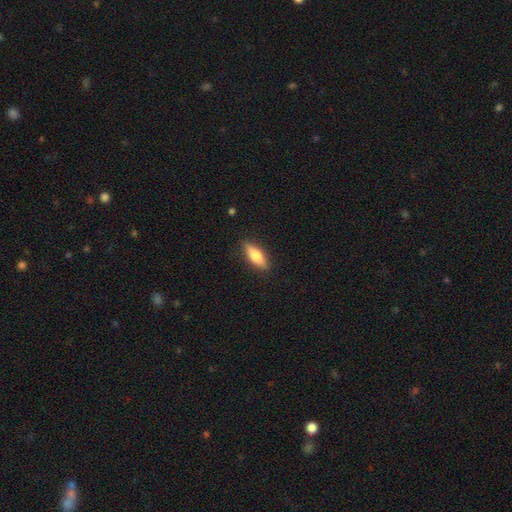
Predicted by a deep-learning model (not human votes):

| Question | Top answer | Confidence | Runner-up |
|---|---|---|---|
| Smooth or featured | smooth | 67% | featured or disk (27%) |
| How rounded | in between | 51% | cigar-shaped (47%) |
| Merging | none | 88% | minor disturbance (9%) |